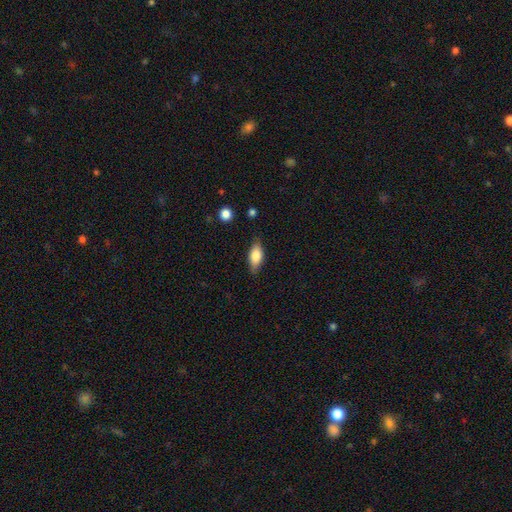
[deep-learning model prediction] smooth_or_featured: smooth (p=0.74) [alt: featured or disk p=0.19]
how_rounded: in between (p=0.82) [alt: cigar-shaped p=0.15]
merging: none (p=0.81) [alt: minor disturbance p=0.15]